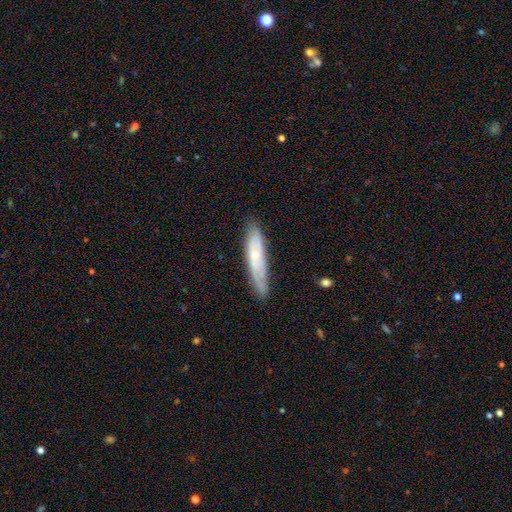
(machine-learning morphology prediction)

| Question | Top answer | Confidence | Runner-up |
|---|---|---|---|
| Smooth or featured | featured or disk | 53% | smooth (40%) |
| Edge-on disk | no | 51% | yes (49%) |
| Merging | none | 78% | minor disturbance (17%) |